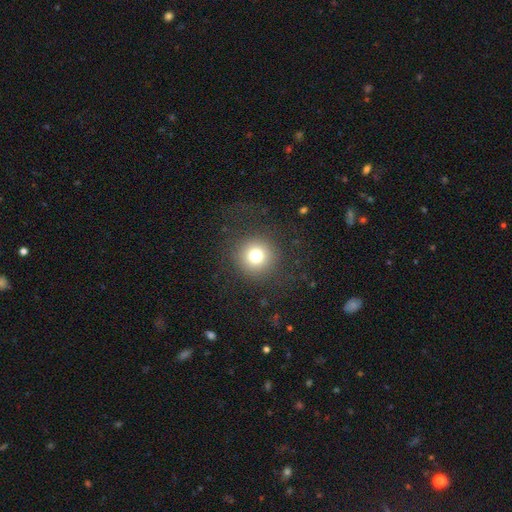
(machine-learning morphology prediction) This appears to be a smooth galaxy with no disk features (76%) that is round (95%). Merging: none (86%).